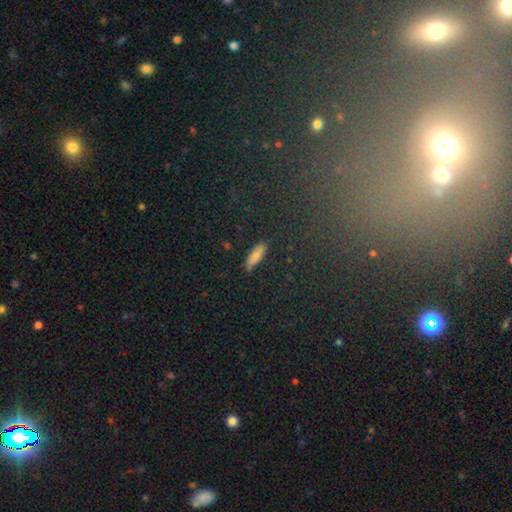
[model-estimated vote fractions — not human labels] Overall: smooth (82%). How rounded: cigar-shaped (52%; in between 45%). Merging: none (84%).